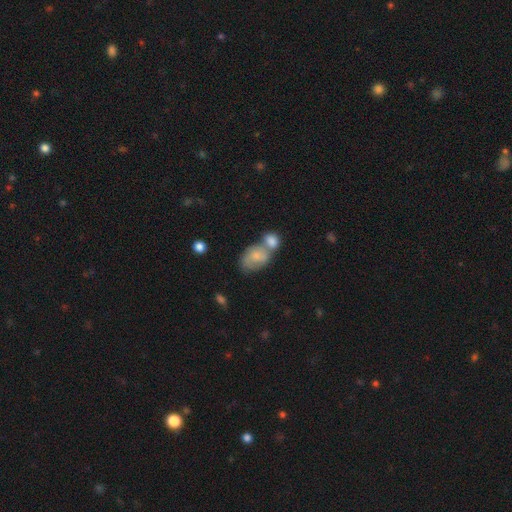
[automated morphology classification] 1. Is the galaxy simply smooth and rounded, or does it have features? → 65% smooth, 28% featured or disk, 8% star or artifact.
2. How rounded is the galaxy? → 78% in between, 20% round, 2% cigar-shaped.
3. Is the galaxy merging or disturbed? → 54% merger, 25% none, 14% minor disturbance, 7% major disturbance.